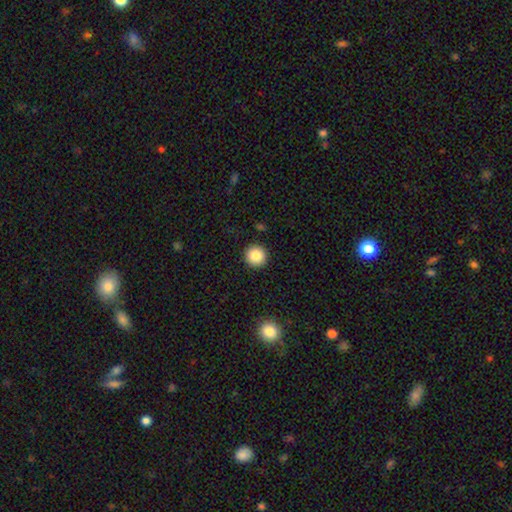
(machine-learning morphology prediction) A smooth galaxy with no disk features (85%) that is round (96%).

Vote fractions:
- Smooth or featured? smooth: 85% / star or artifact: 9% / featured or disk: 6%
- How rounded? round: 96% / in between: 3% / cigar-shaped: 1%
- Merging? none: 93% / minor disturbance: 5% / major disturbance: 2% / merger: 1%